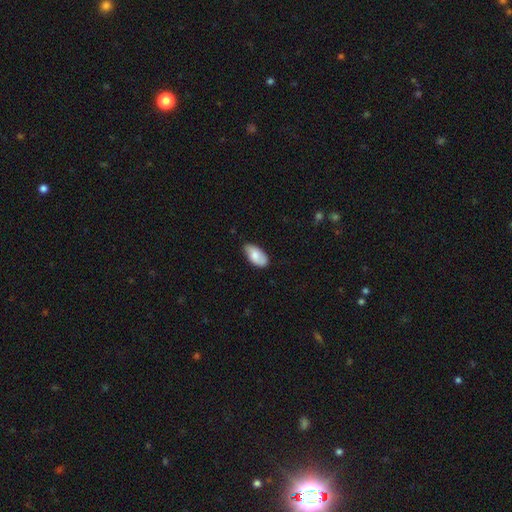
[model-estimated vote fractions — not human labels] Smooth or featured? Predicted: smooth (p=0.78). How rounded? Predicted: in between (p=0.94). Merging? Predicted: none (p=0.73).